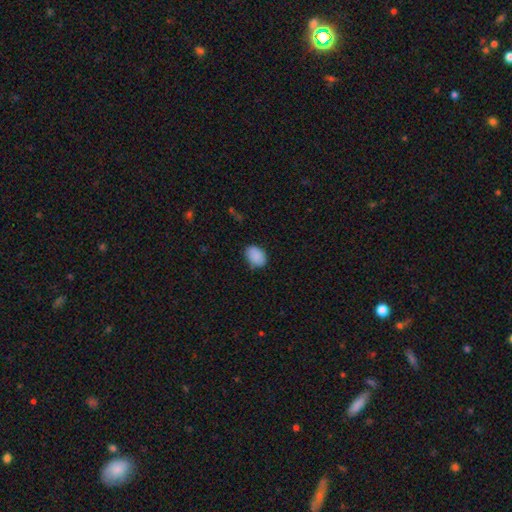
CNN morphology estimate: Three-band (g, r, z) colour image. It shows a smooth galaxy with no disk features (89%) that is in between round and cigar-shaped (80%). Merging: none (81%).